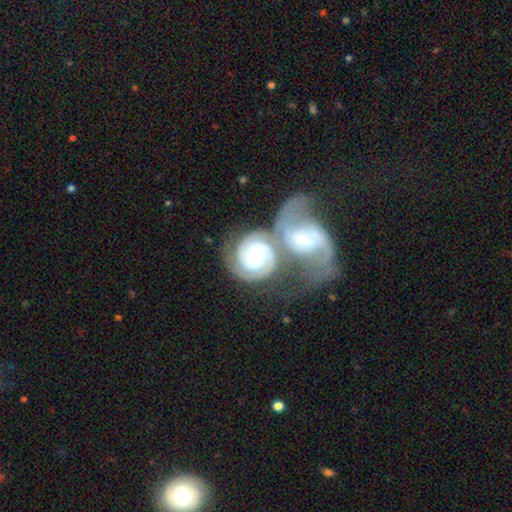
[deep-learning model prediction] Smooth or featured? Predicted: featured or disk (p=0.87). Edge-on disk? Predicted: no (p=0.98). Bar? Predicted: no (p=0.60). Spiral arms? Predicted: yes (p=0.97). Spiral winding? Predicted: tight (p=0.72). Spiral arm count? Predicted: 2 (p=0.86). Bulge size? Predicted: moderate (p=0.68). Merging? Predicted: merger (p=0.53).